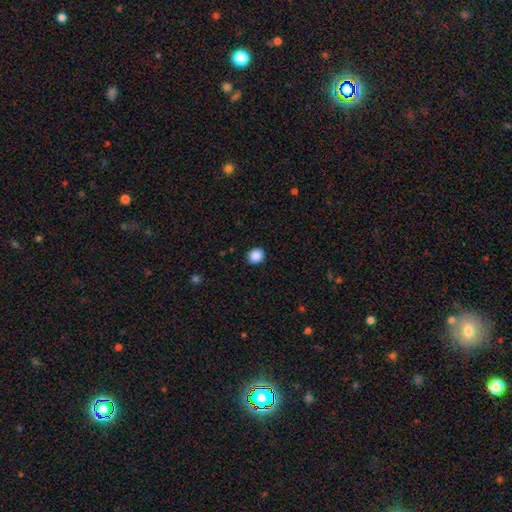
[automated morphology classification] This appears to be a smooth galaxy with no disk features (89%) that is round (75%). Merging: none (91%).